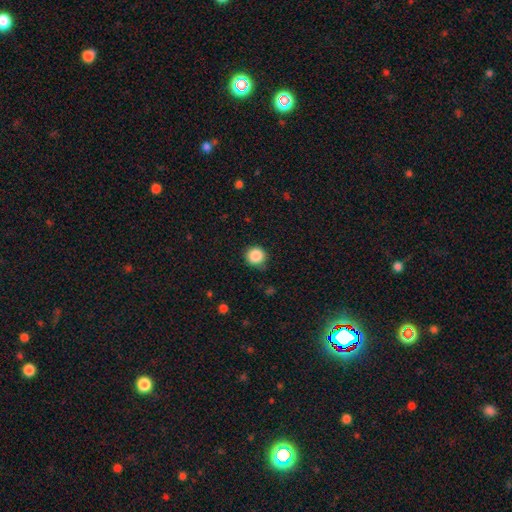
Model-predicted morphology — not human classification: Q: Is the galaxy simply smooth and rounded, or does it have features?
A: smooth — 87%.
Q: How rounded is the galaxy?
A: round — 94%.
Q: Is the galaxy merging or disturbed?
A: none — 85%.